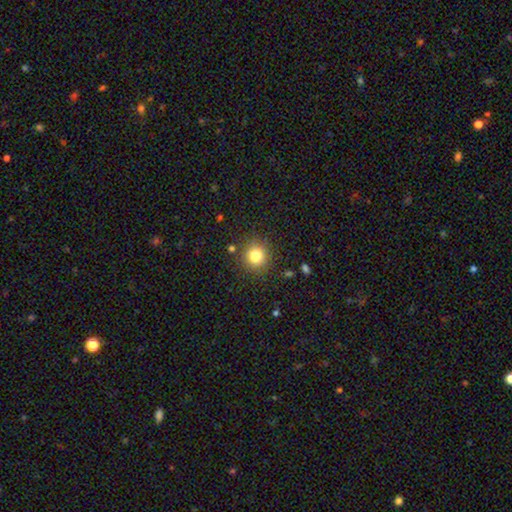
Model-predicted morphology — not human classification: The model was most divided on "smooth or featured": smooth: 80%, star or artifact: 13%, featured or disk: 7%. More confident: how rounded — round (93%); merging — none (88%).